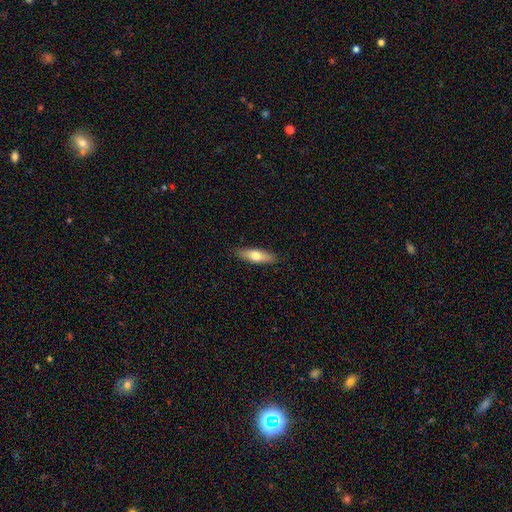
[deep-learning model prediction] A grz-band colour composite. It shows a smooth galaxy with no disk features (66%) that is cigar-shaped (53%). Merging: none (88%).